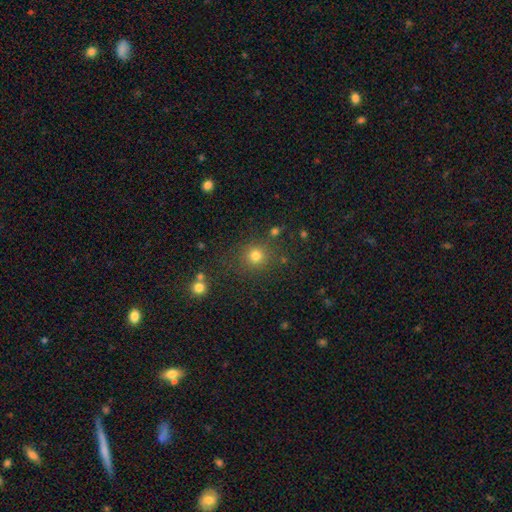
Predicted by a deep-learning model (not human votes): Smooth or featured?
  - smooth: 78% *
  - star or artifact: 16%
  - featured or disk: 6%
How rounded?
  - round: 91% *
  - in between: 8%
  - cigar-shaped: 1%
Merging?
  - none: 82% *
  - minor disturbance: 9%
  - merger: 5%
  - major disturbance: 4%